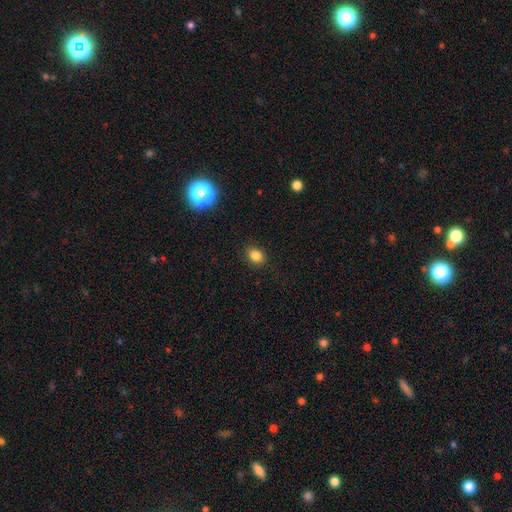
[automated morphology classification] This appears to be a smooth galaxy with no disk features (83%) that is in between round and cigar-shaped (62%). Merging: none (88%).